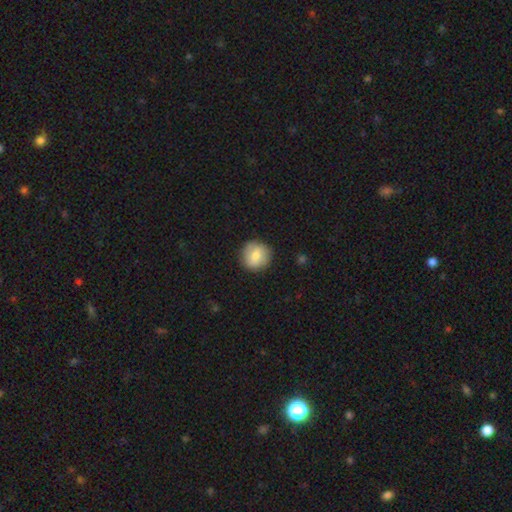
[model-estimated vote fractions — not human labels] smooth-or-featured: smooth: 75% | featured or disk: 17% | star or artifact: 7%
  how-rounded: round: 92% | in between: 7% | cigar-shaped: 1%
  merging: none: 87% | minor disturbance: 10% | major disturbance: 2% | merger: 1%